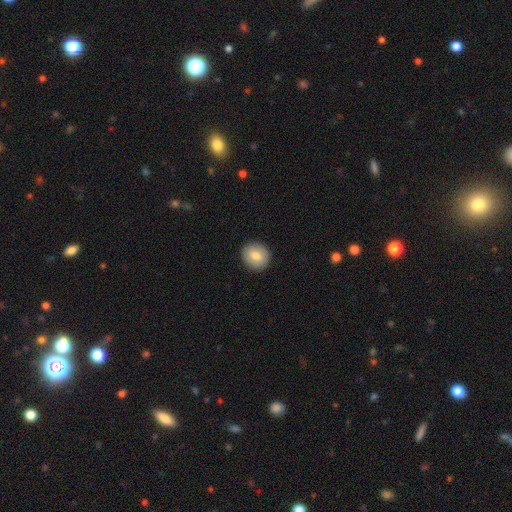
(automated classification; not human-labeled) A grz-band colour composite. It shows a smooth galaxy with no disk features (79%) that is round (80%). Merging: none (91%).